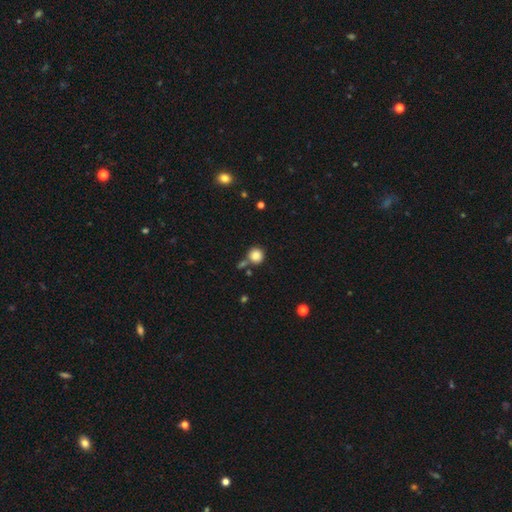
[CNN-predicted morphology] The model was most divided on "merging": none: 69%, merger: 16%, minor disturbance: 11%, major disturbance: 4%. More confident: how rounded — round (92%); smooth or featured — smooth (85%).